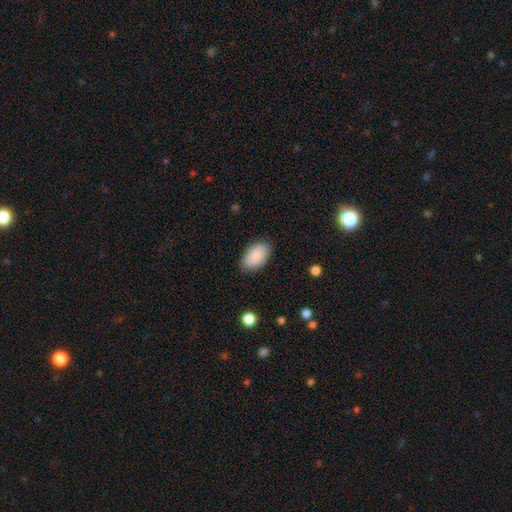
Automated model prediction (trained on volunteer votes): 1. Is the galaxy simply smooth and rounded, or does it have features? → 83% smooth, 11% featured or disk, 6% star or artifact.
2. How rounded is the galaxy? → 94% in between, 5% round, 1% cigar-shaped.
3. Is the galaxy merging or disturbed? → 83% none, 13% minor disturbance, 3% major disturbance, 1% merger.